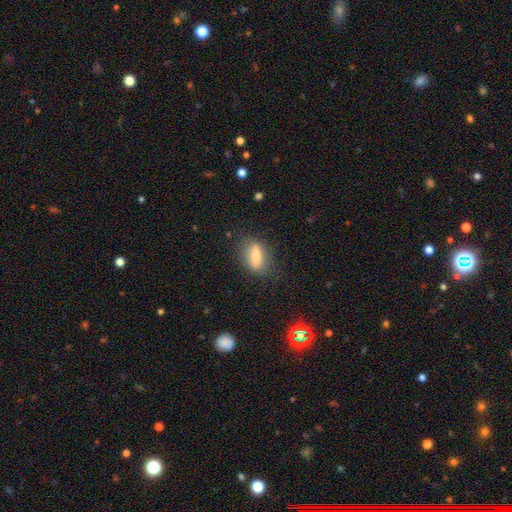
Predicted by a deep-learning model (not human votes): Overall: smooth (70%). How rounded: in between (50%; cigar-shaped 44%). Merging: none (78%).